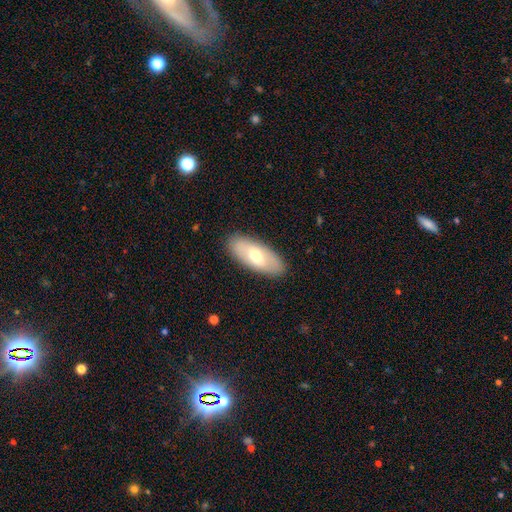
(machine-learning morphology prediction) smooth 58%, featured or disk 36%, star or artifact 6%. Down the decision tree: how rounded — in between (85%); merging — none (87%).